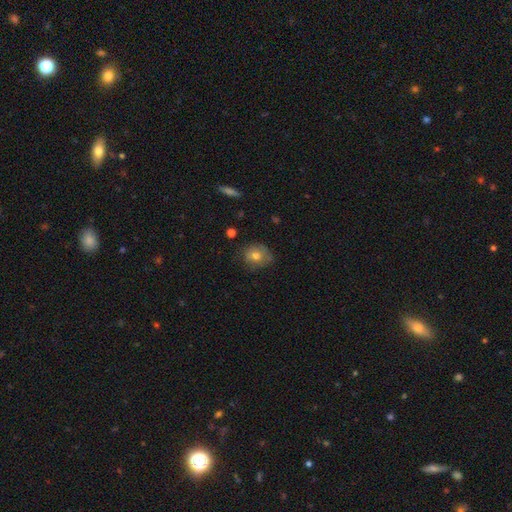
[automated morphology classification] Smooth or featured? Predicted: smooth (p=0.73). How rounded? Predicted: round (p=0.64). Merging? Predicted: none (p=0.66).